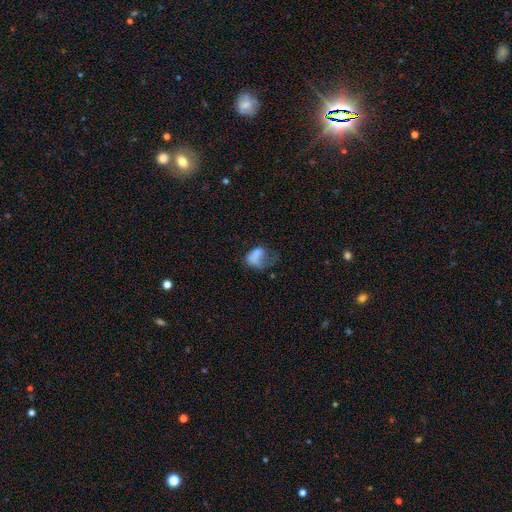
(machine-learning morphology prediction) smooth 61%, featured or disk 27%, star or artifact 12%. Down the decision tree: how rounded — in between (76%); merging — major disturbance (54%).